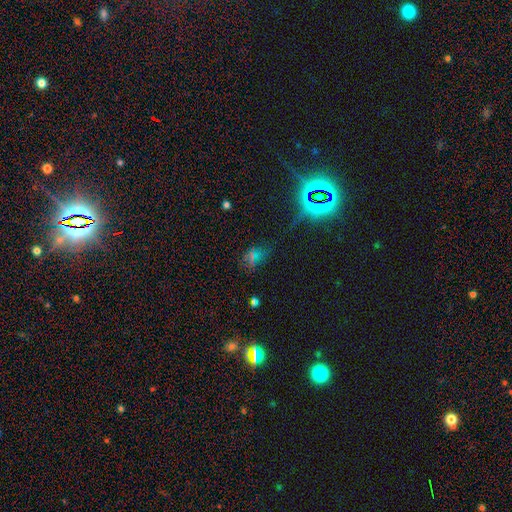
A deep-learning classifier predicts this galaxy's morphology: This appears to be a star or artifact, not a galaxy (54%).